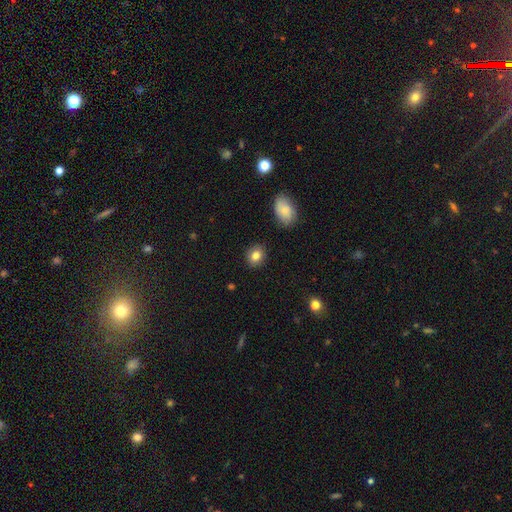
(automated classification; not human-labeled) smooth_or_featured: smooth (p=0.84) [alt: star or artifact p=0.09]
how_rounded: round (p=0.63) [alt: in between p=0.36]
merging: none (p=0.89) [alt: minor disturbance p=0.08]